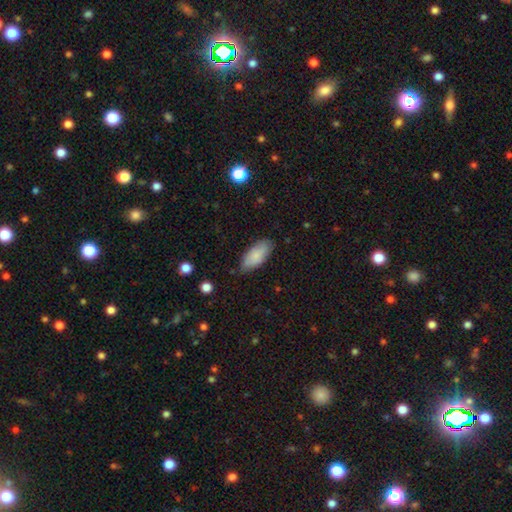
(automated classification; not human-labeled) smooth 83%, featured or disk 11%, star or artifact 6%. Down the decision tree: how rounded — in between (87%); merging — none (78%).